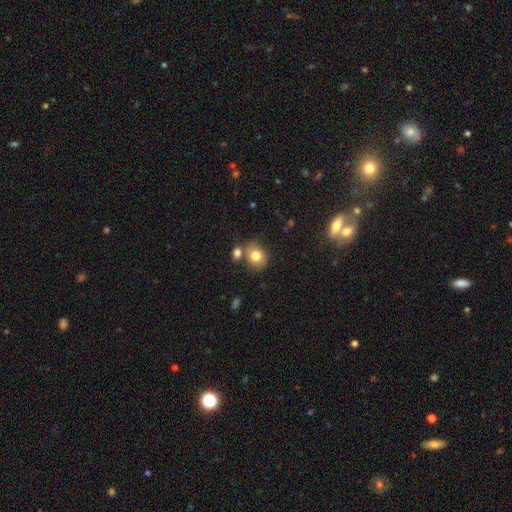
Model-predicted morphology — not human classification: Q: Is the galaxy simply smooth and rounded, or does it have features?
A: smooth — 79%.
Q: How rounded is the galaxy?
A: round — 66%.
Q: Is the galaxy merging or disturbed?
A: none — 63%.